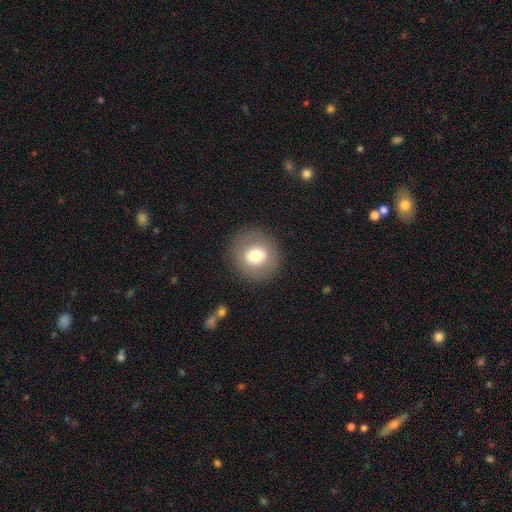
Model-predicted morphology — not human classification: smooth_or_featured: smooth (p=0.70) [alt: featured or disk p=0.21]
how_rounded: round (p=0.89) [alt: in between p=0.10]
merging: none (p=0.88) [alt: minor disturbance p=0.07]